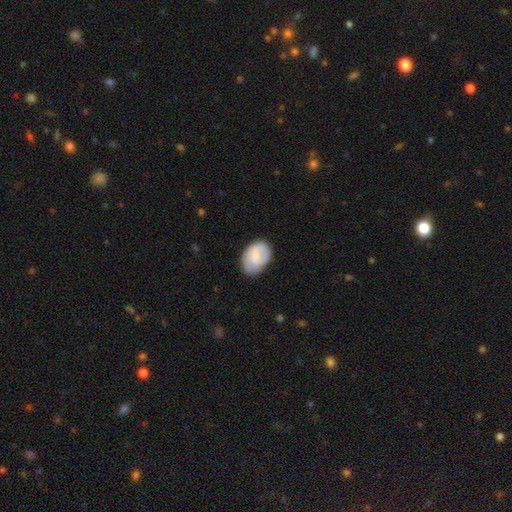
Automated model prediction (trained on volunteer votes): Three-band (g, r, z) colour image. It shows a smooth galaxy with no disk features (76%) that is in between round and cigar-shaped (82%). Merging: none (72%).